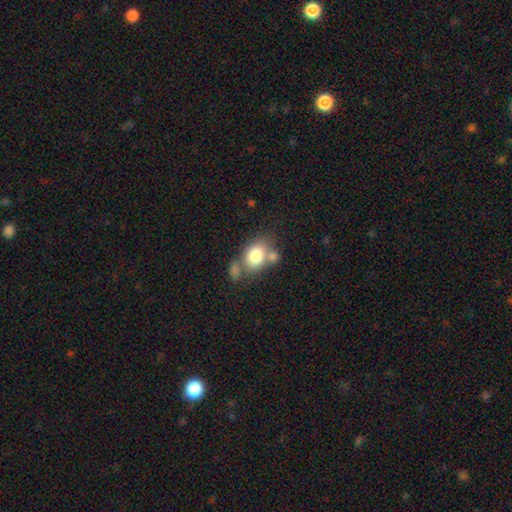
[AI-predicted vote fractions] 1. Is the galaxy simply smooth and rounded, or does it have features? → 77% smooth, 14% featured or disk, 8% star or artifact.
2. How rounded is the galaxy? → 69% in between, 30% round, 1% cigar-shaped.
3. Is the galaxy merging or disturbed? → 44% none, 33% merger, 16% minor disturbance, 7% major disturbance.